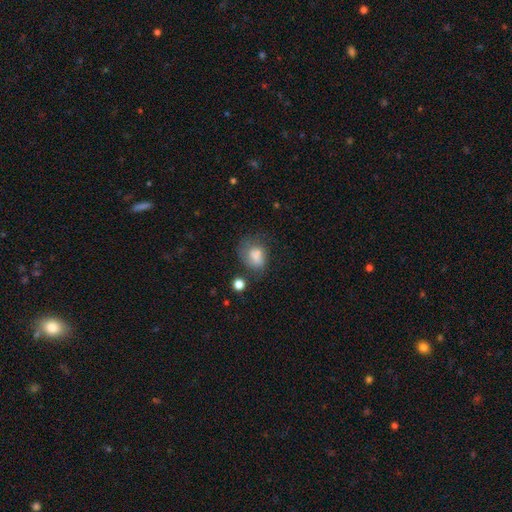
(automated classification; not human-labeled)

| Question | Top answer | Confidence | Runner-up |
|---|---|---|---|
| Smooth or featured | smooth | 72% | featured or disk (17%) |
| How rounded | in between | 54% | round (45%) |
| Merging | none | 40% | minor disturbance (27%) |